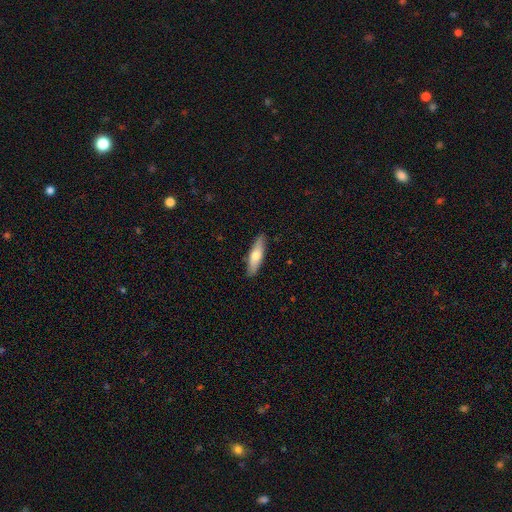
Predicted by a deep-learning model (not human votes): smooth 64%, featured or disk 31%, star or artifact 6%. Down the decision tree: how rounded — cigar-shaped (60%); merging — none (87%).